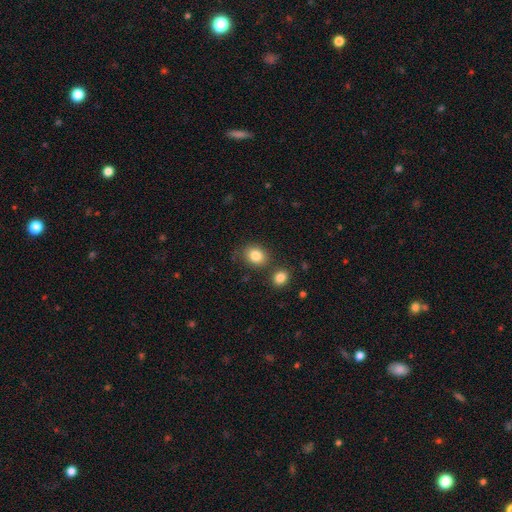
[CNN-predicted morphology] Q: Smooth or featured?
A: smooth (84%); runner-up: star or artifact (9%)
Q: How rounded?
A: round (53%); runner-up: in between (46%)
Q: Merging?
A: none (75%); runner-up: minor disturbance (11%)